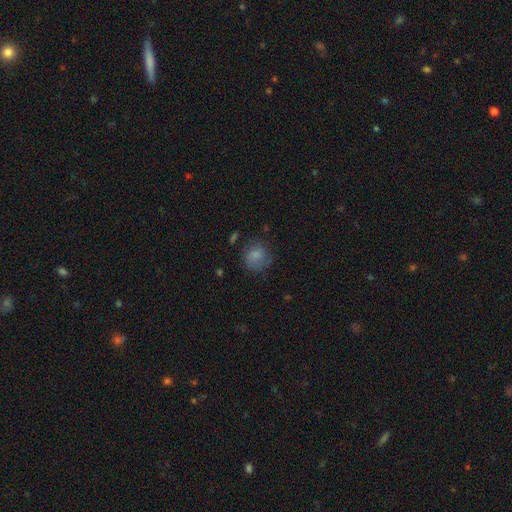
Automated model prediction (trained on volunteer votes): This appears to be a smooth galaxy with no disk features (79%) that is round (77%). Merging: none (65%).